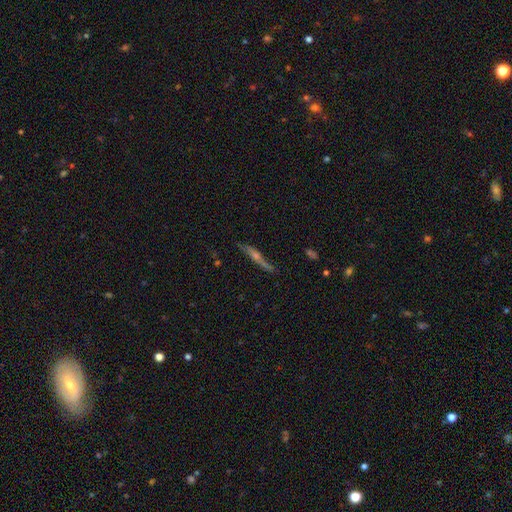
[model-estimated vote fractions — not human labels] A featured or disk galaxy (72%) viewed edge-on (91%) with a rounded central bulge (79%).

Vote fractions:
- Smooth or featured? featured or disk: 72% / smooth: 19% / star or artifact: 9%
- Edge-on disk? yes: 91% / no: 9%
- Edge-on bulge? rounded: 79% / none: 14% / boxy: 7%
- Merging? none: 80% / minor disturbance: 15% / major disturbance: 4% / merger: 2%